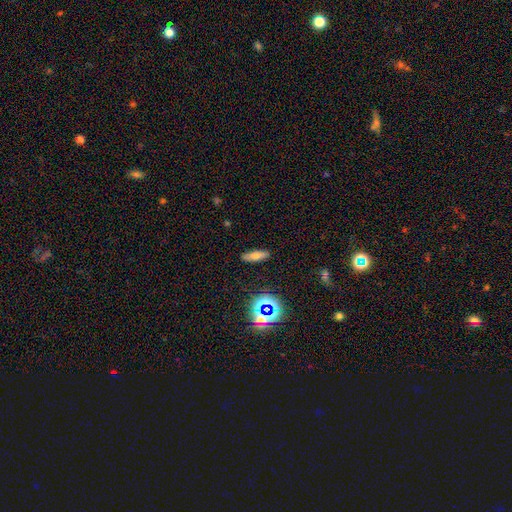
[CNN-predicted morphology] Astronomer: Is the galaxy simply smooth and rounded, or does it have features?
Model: smooth — 68%.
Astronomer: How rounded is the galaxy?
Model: in between — 49% (runner-up: cigar-shaped, 47%).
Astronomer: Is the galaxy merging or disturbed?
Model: none — 87%.